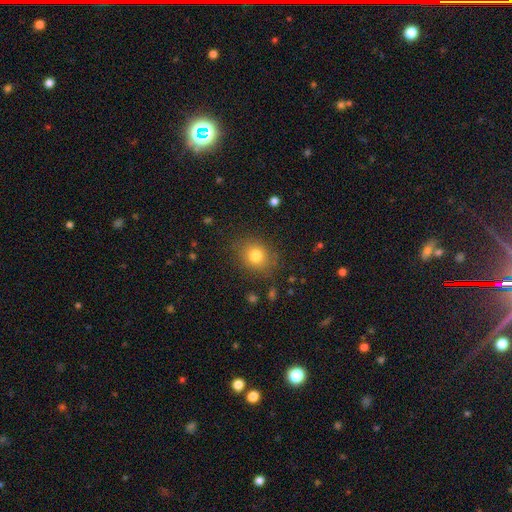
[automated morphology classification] smooth 79%, star or artifact 12%, featured or disk 9%. Down the decision tree: how rounded — round (65%); merging — none (83%).